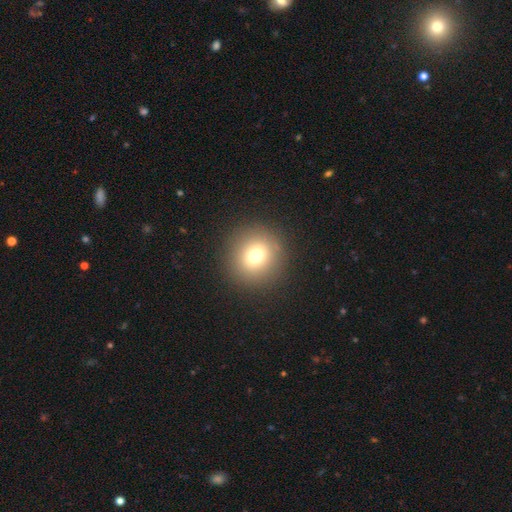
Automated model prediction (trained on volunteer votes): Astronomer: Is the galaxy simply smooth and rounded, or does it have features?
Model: smooth — 74%.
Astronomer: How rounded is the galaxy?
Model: round — 92%.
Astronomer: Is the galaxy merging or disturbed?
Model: none — 90%.